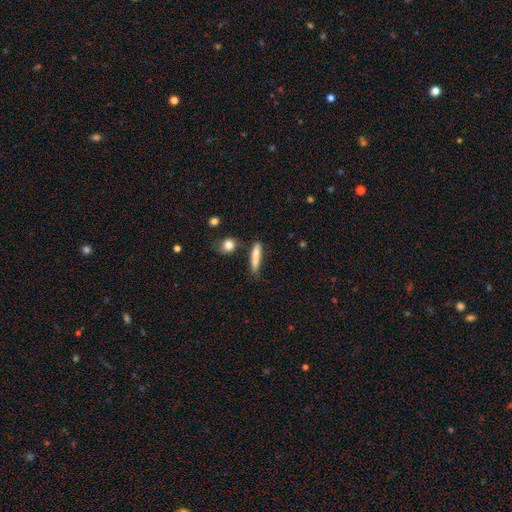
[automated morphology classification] Overall: smooth (80%). How rounded: cigar-shaped (85%). Merging: none (72%).